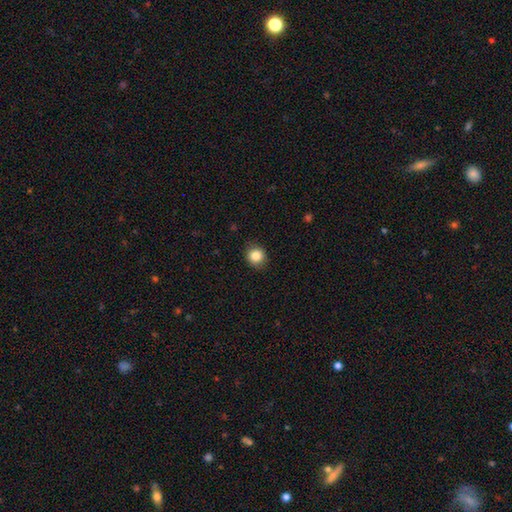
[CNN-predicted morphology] type=smooth (86%); roundness=round (84%); merging=none (88%).